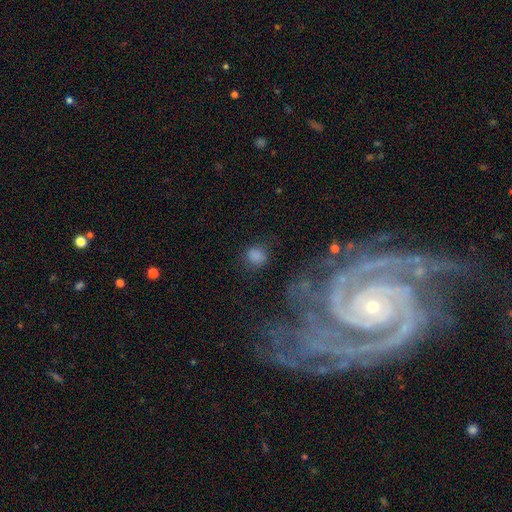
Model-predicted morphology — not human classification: A smooth galaxy with no disk features (79%) that is round (77%).

Vote fractions:
- Smooth or featured? smooth: 79% / star or artifact: 13% / featured or disk: 8%
- How rounded? round: 77% / in between: 22% / cigar-shaped: 2%
- Merging? none: 69% / minor disturbance: 17% / major disturbance: 9% / merger: 5%